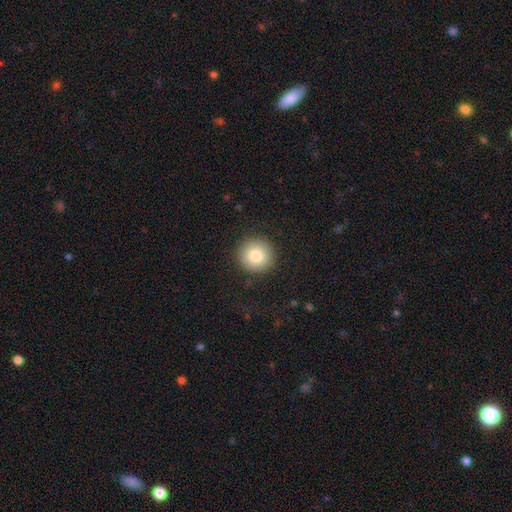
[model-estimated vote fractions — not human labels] Smooth or featured? Predicted: smooth (p=0.81). How rounded? Predicted: round (p=0.95). Merging? Predicted: none (p=0.91).